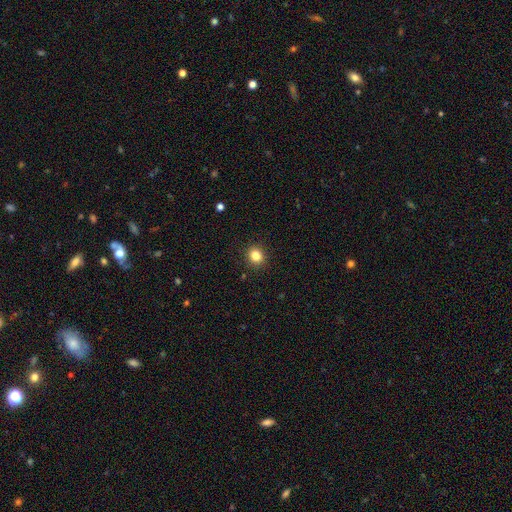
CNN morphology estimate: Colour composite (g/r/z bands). It shows a smooth galaxy with no disk features (83%) that is round (84%). Merging: none (92%).